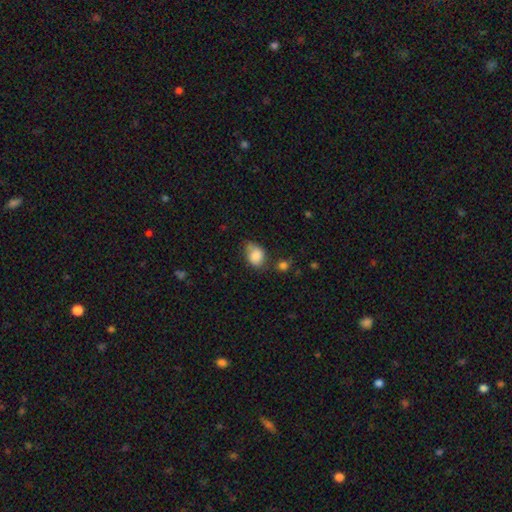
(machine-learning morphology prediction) Smooth or featured? Predicted: smooth (p=0.84). How rounded? Predicted: in between (p=0.63). Merging? Predicted: none (p=0.45).